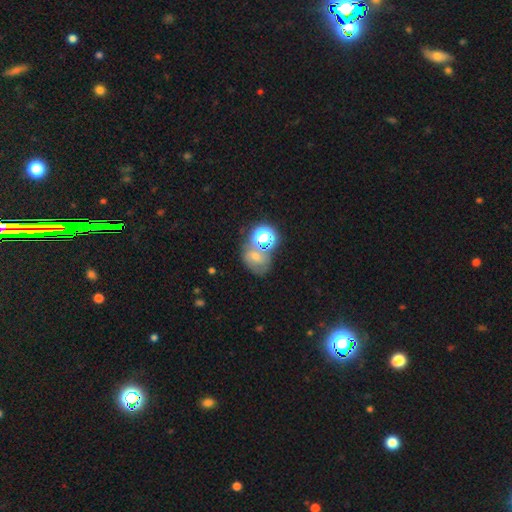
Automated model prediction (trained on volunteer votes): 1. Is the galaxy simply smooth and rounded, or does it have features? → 41% star or artifact, 33% smooth, 26% featured or disk.